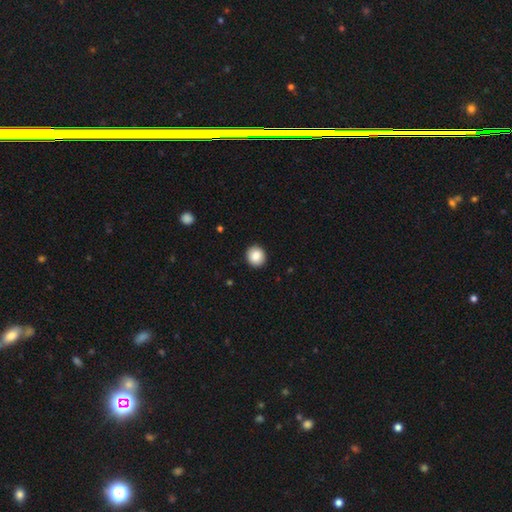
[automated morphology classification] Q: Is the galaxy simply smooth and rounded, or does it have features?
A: smooth — 85%.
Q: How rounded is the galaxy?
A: round — 89%.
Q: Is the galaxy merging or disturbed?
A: none — 92%.